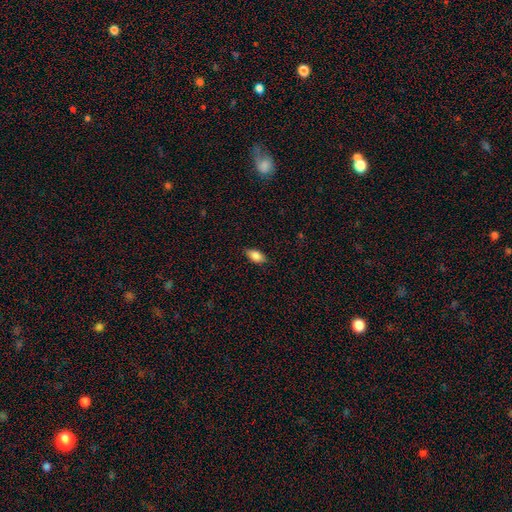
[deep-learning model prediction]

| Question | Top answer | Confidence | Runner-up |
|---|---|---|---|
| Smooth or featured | smooth | 85% | star or artifact (8%) |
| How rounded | in between | 90% | cigar-shaped (5%) |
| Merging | none | 82% | minor disturbance (14%) |